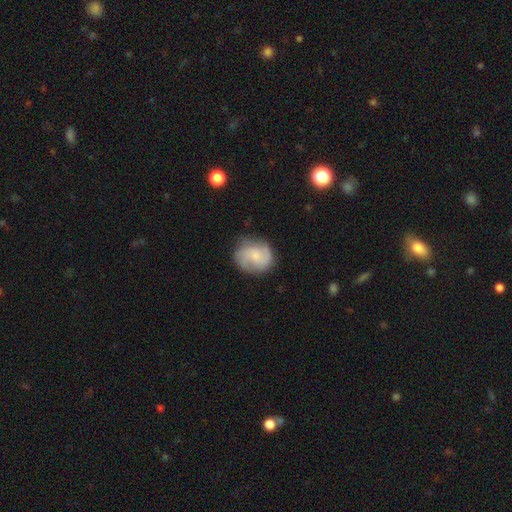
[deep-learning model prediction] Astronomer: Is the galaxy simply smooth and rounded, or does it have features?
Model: featured or disk — 58% (runner-up: smooth, 35%).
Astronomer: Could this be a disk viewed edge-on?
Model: no — 98%.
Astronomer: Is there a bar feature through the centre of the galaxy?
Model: no — 65%.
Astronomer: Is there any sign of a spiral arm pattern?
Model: yes — 90%.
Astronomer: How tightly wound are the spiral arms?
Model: medium — 45% (runner-up: tight, 33%).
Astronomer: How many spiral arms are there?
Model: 2 — 52%.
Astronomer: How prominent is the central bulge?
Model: small — 56%.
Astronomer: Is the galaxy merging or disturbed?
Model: none — 73%.